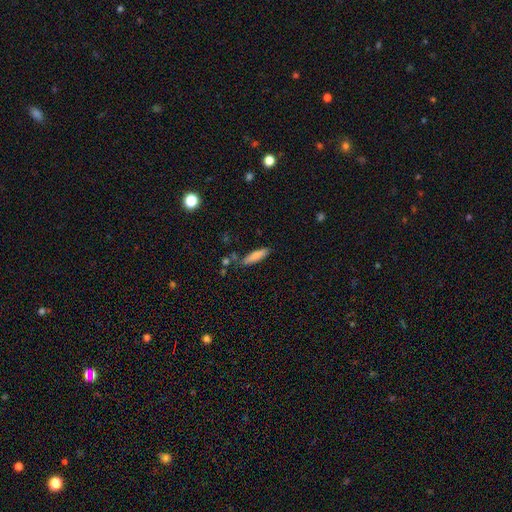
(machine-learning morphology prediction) type=smooth (80%); roundness=cigar-shaped (71%); merging=none (76%).